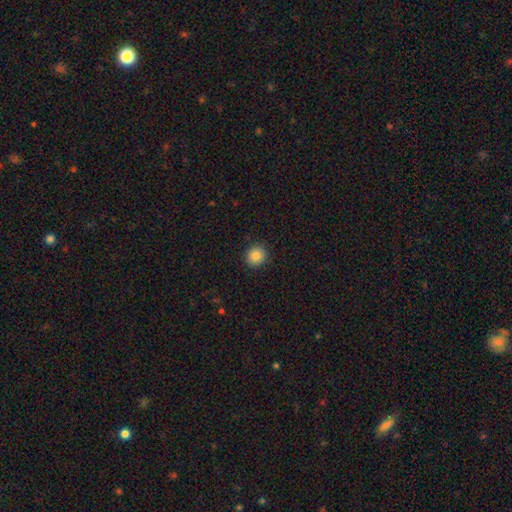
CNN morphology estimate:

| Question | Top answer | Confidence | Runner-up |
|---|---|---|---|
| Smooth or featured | smooth | 86% | star or artifact (10%) |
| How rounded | round | 90% | in between (9%) |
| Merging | none | 92% | minor disturbance (6%) |